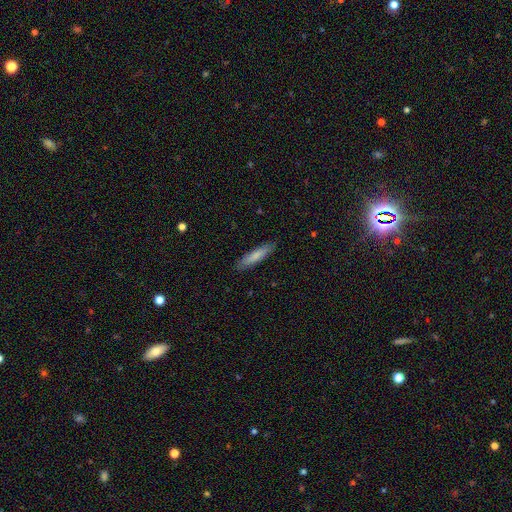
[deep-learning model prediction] This appears to be a smooth galaxy with no disk features (79%) that is cigar-shaped (83%). Merging: none (88%).